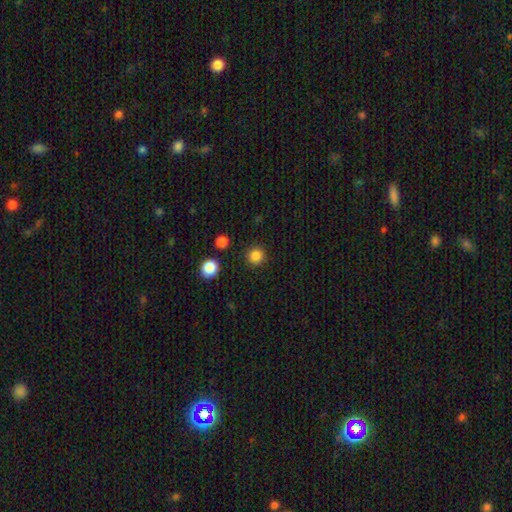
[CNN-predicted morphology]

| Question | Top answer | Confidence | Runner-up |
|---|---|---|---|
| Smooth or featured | smooth | 85% | star or artifact (12%) |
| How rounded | round | 94% | in between (5%) |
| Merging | none | 90% | minor disturbance (6%) |